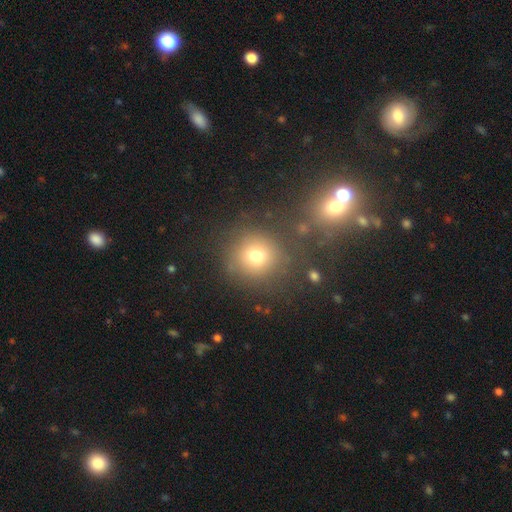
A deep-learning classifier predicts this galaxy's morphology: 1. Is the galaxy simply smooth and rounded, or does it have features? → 73% smooth, 16% star or artifact, 11% featured or disk.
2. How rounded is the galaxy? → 89% round, 10% in between, 1% cigar-shaped.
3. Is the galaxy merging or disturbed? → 75% none, 10% minor disturbance, 9% merger, 5% major disturbance.